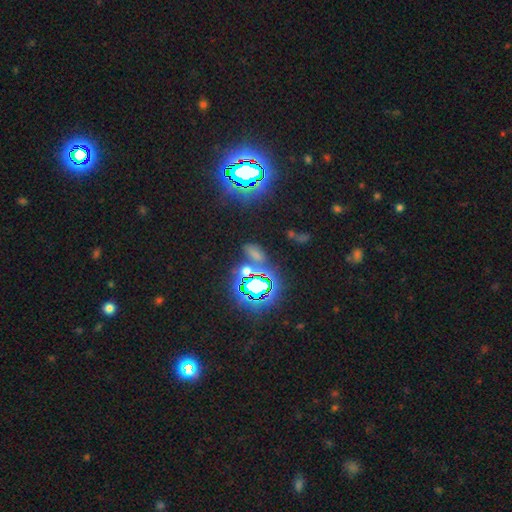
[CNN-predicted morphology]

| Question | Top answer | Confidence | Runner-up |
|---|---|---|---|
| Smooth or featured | star or artifact | 56% | smooth (34%) |